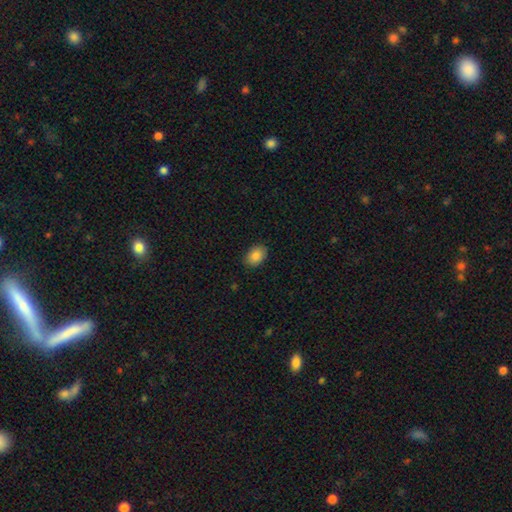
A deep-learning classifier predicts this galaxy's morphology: type=smooth (86%); roundness=in between (83%); merging=none (88%).